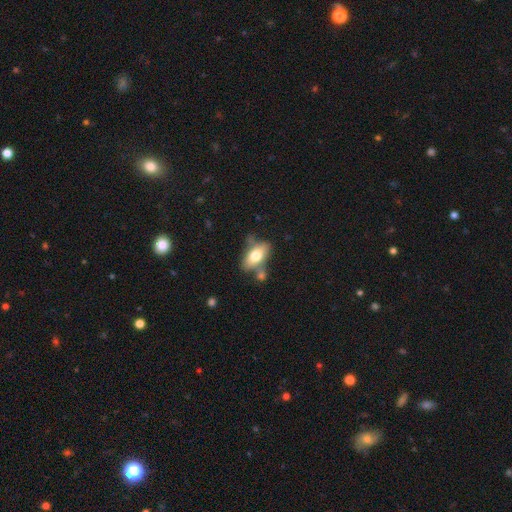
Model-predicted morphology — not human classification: This appears to be a smooth galaxy with no disk features (68%) that is in between round and cigar-shaped (86%). Merging: none (57%).